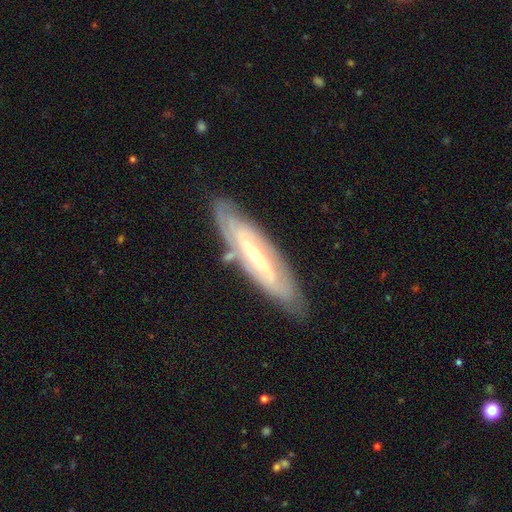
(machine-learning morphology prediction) type=featured or disk (79%); edge-on=no (74%); bar=weak (34%, tied with strong); spiral arms=yes (87%); winding=tight (58%); arm count=2 (41%); bulge=small (66%); merging=none (80%).